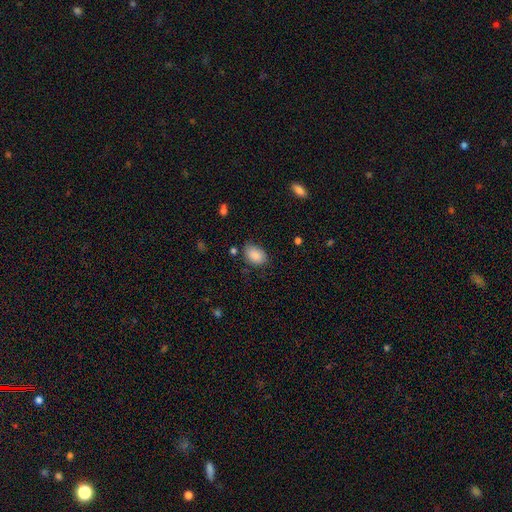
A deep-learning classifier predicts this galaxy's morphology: Smooth or featured: smooth — 86% (star or artifact — 8%)
How rounded: in between — 83% (round — 16%)
Merging: none — 71% (minor disturbance — 22%)